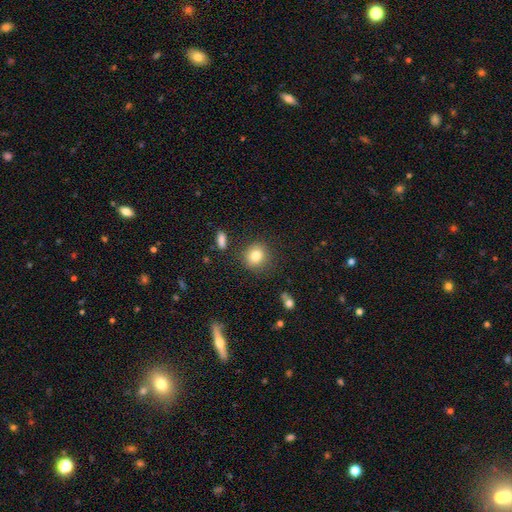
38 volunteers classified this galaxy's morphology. Smooth or featured?
  - smooth: 82% *
  - featured or disk: 13%
  - star or artifact: 5%
How rounded?
  - round: 71% *
  - in between: 29%
  - cigar-shaped: 0%
Merging?
  - none: 67% *
  - minor disturbance: 25%
  - major disturbance: 8%
  - merger: 0%